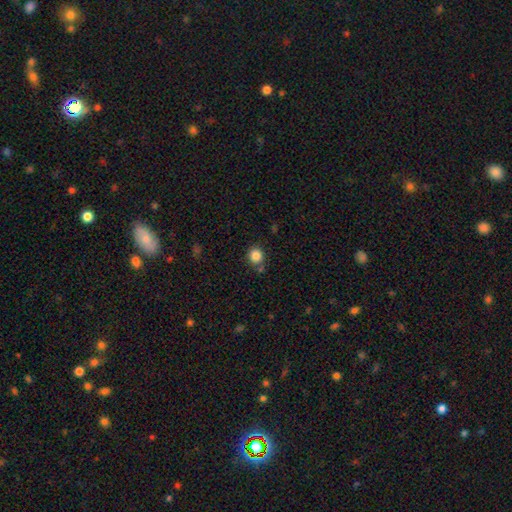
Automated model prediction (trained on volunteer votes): smooth-or-featured: smooth: 85% | star or artifact: 11% | featured or disk: 4%
  how-rounded: round: 86% | in between: 13% | cigar-shaped: 1%
  merging: none: 80% | minor disturbance: 10% | merger: 7% | major disturbance: 3%